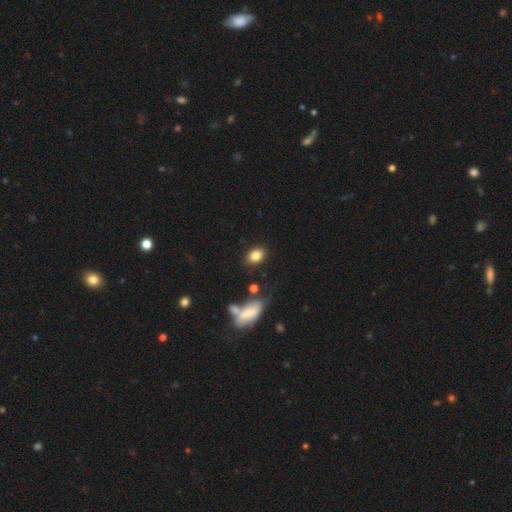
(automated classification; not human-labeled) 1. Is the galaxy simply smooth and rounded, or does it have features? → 83% smooth, 10% star or artifact, 8% featured or disk.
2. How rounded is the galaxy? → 70% in between, 29% round, 2% cigar-shaped.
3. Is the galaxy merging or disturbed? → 81% none, 11% minor disturbance, 4% merger, 3% major disturbance.